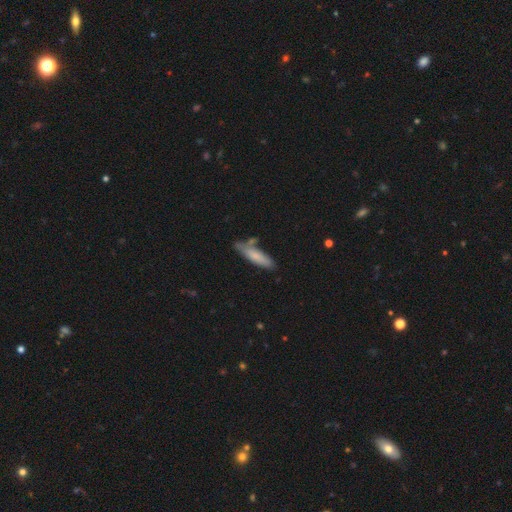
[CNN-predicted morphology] Smooth or featured: smooth — 75% (featured or disk — 19%)
How rounded: cigar-shaped — 70% (in between — 29%)
Merging: none — 65% (minor disturbance — 21%)